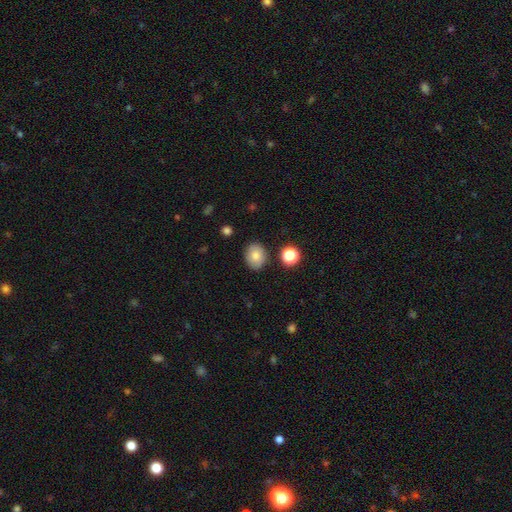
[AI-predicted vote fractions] Smooth or featured? Predicted: smooth (p=0.82). How rounded? Predicted: in between (p=0.52). Merging? Predicted: none (p=0.86).